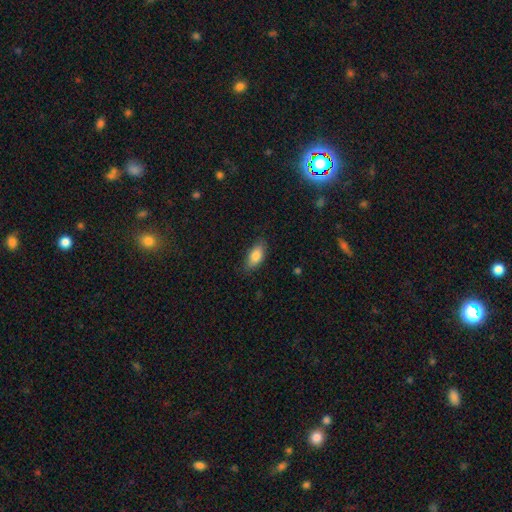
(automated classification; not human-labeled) Smooth or featured?
  - smooth: 85% *
  - featured or disk: 8%
  - star or artifact: 7%
How rounded?
  - in between: 89% *
  - cigar-shaped: 8%
  - round: 3%
Merging?
  - none: 81% *
  - minor disturbance: 15%
  - major disturbance: 3%
  - merger: 1%